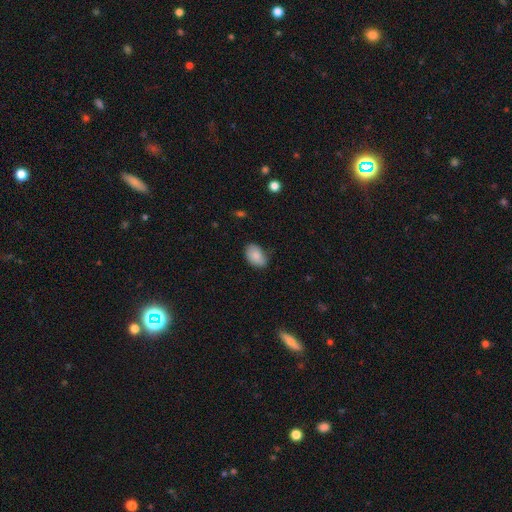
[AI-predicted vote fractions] smooth-or-featured: smooth: 84% | featured or disk: 9% | star or artifact: 7%
  how-rounded: in between: 87% | round: 12% | cigar-shaped: 1%
  merging: none: 68% | minor disturbance: 26% | major disturbance: 4% | merger: 1%